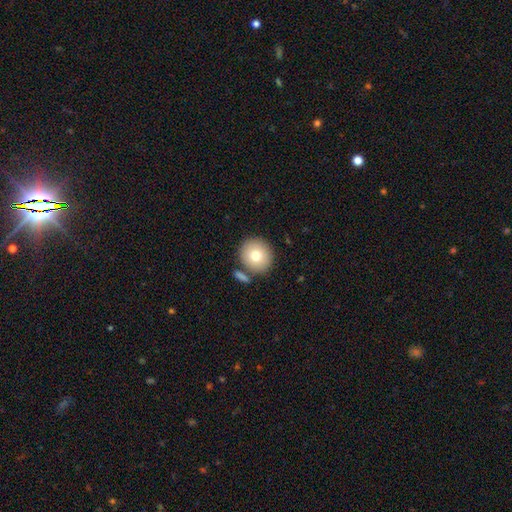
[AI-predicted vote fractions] Smooth or featured? smooth (76%)
How rounded? round (89%)
Merging? none (78%)